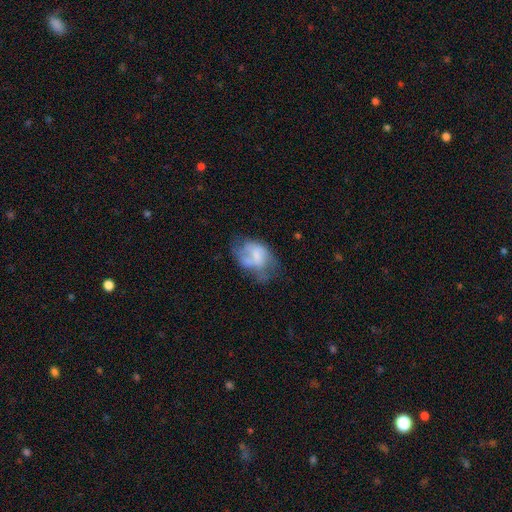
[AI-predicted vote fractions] smooth_or_featured: smooth (p=0.46) [alt: featured or disk p=0.45]
merging: major disturbance (p=0.32) [alt: none p=0.30]